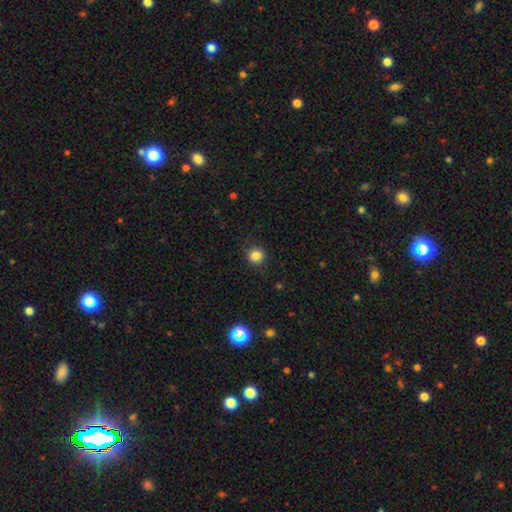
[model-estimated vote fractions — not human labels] This appears to be a smooth galaxy with no disk features (84%) that is round (92%). Merging: none (89%).